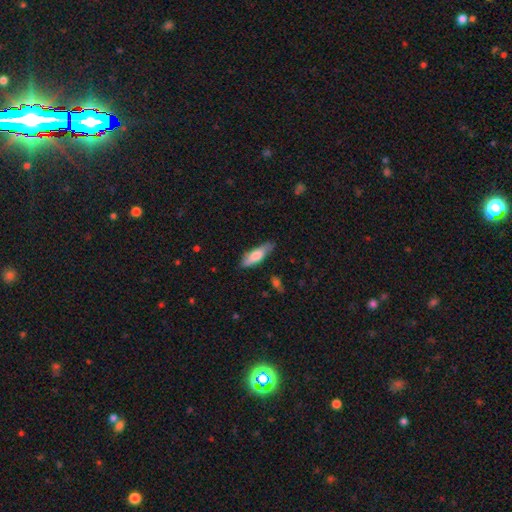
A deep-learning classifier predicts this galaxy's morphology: smooth_or_featured: smooth (p=0.70) [alt: featured or disk p=0.24]
how_rounded: cigar-shaped (p=0.51) [alt: in between p=0.47]
merging: none (p=0.75) [alt: minor disturbance p=0.20]